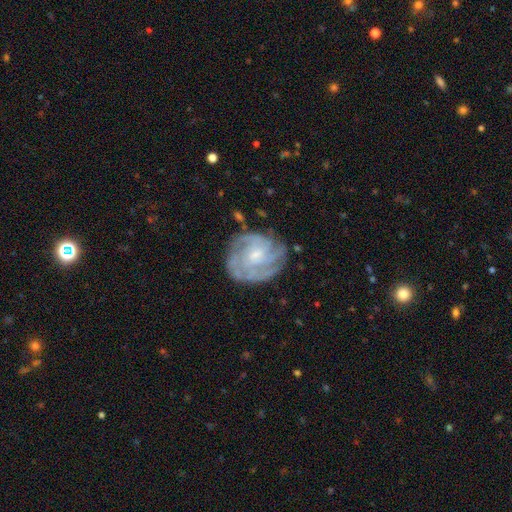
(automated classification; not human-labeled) featured or disk 82%, smooth 11%, star or artifact 6%. Down the decision tree: edge-on disk — no (98%); bar — no (61%); spiral arms — yes (94%); spiral arm count — can't tell (31%); spiral winding — tight (65%); bulge size — small (65%); merging — none (74%).